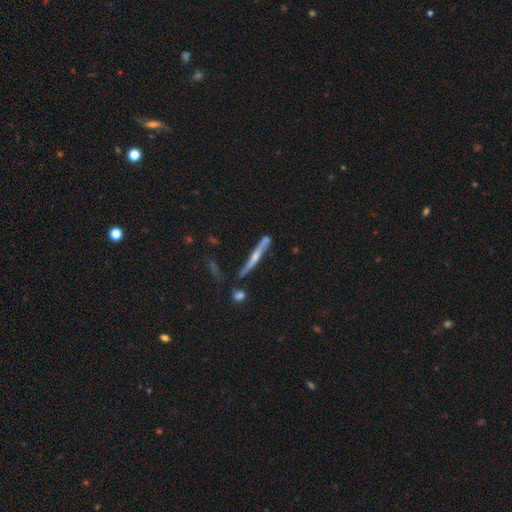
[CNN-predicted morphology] Smooth or featured: featured or disk — 67% (smooth — 26%)
Edge-on disk: yes — 95% (no — 5%)
Edge-on bulge: rounded — 74% (none — 21%)
Merging: none — 74% (minor disturbance — 16%)